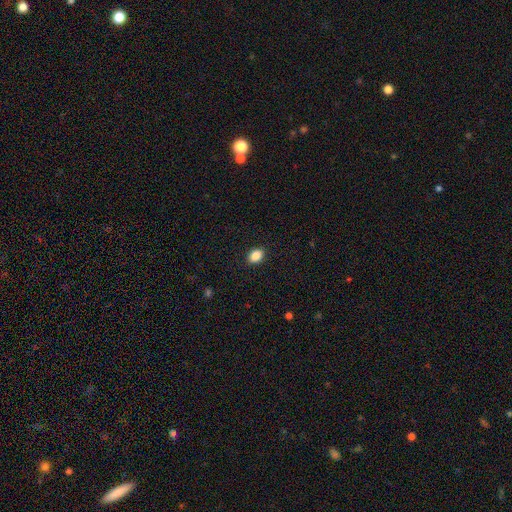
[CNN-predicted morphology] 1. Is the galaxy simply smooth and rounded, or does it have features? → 88% smooth, 9% star or artifact, 4% featured or disk.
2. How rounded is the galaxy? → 72% in between, 27% round, 1% cigar-shaped.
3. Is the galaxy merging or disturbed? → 90% none, 7% minor disturbance, 2% major disturbance, 1% merger.